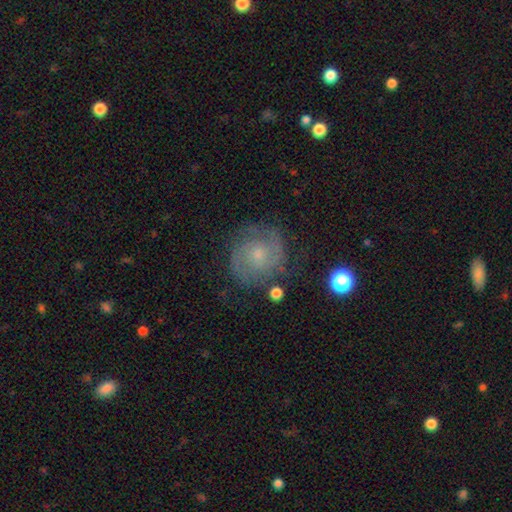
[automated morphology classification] smooth_or_featured: featured or disk (p=0.73) [alt: smooth p=0.18]
disk_edge_on: no (p=0.98) [alt: yes p=0.02]
bar: no (p=0.70) [alt: weak p=0.26]
has_spiral_arms: yes (p=0.92) [alt: no p=0.08]
spiral_winding: tight (p=0.52) [alt: medium p=0.38]
spiral_arm_count: 2 (p=0.62) [alt: can't tell p=0.19]
bulge_size: small (p=0.67) [alt: moderate p=0.25]
merging: none (p=0.75) [alt: minor disturbance p=0.16]